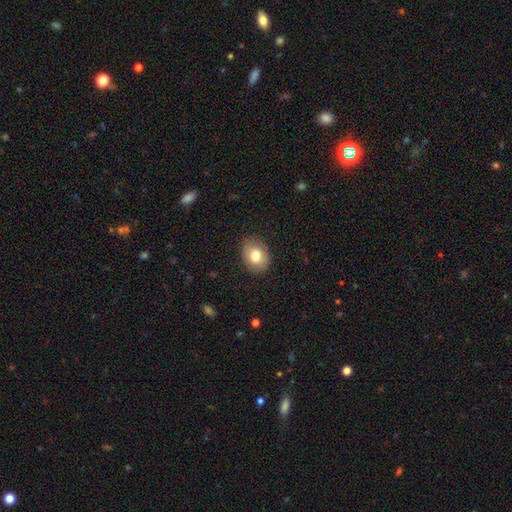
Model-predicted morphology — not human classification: This is likely a smooth galaxy (79%). How rounded: likely in between (60%). Merging: clearly none (83%).